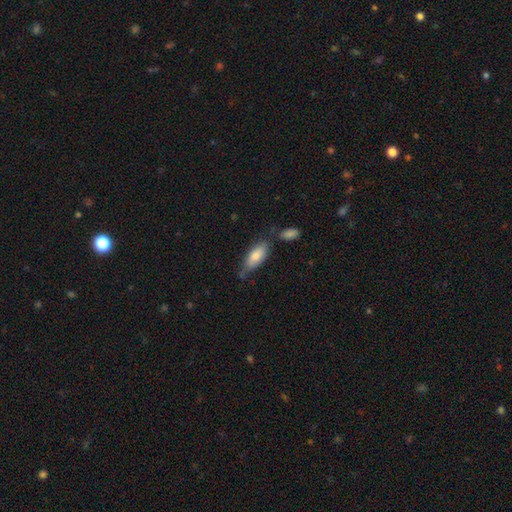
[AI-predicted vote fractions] This is likely a smooth galaxy (73%). How rounded: likely in between (74%). Merging: possibly none (59%).